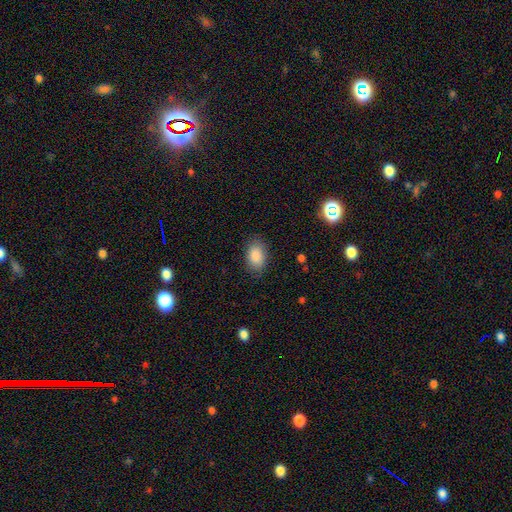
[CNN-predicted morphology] A smooth galaxy with no disk features (88%) that is in between round and cigar-shaped (90%).

Vote fractions:
- Smooth or featured? smooth: 88% / star or artifact: 7% / featured or disk: 5%
- How rounded? in between: 90% / round: 9% / cigar-shaped: 1%
- Merging? none: 82% / minor disturbance: 13% / major disturbance: 3% / merger: 1%